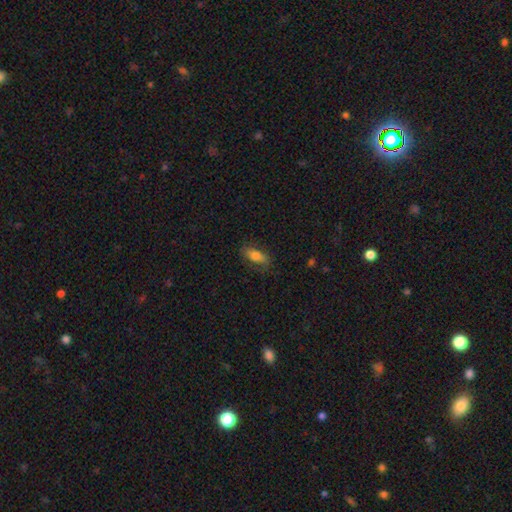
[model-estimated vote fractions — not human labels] Smooth or featured? Predicted: smooth (p=0.71). How rounded? Predicted: in between (p=0.76). Merging? Predicted: none (p=0.76).